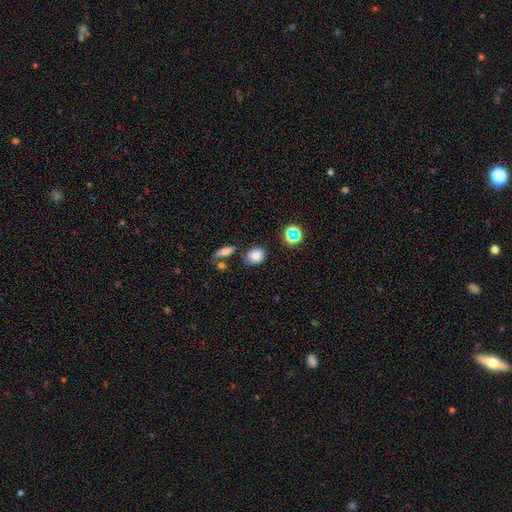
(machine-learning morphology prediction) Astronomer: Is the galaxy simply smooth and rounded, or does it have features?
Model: smooth — 79%.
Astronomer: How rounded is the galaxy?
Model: round — 72%.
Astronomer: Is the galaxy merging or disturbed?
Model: none — 79%.